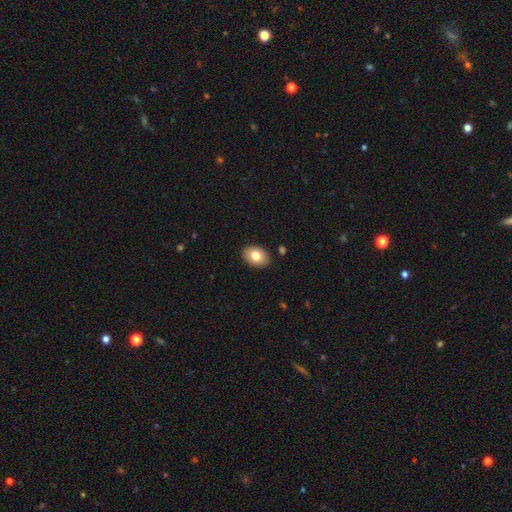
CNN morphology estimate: Smooth or featured: smooth — 79% (featured or disk — 13%)
How rounded: in between — 79% (round — 20%)
Merging: none — 88% (minor disturbance — 9%)